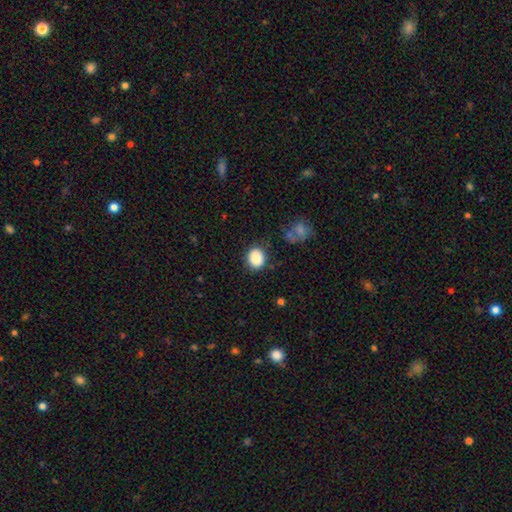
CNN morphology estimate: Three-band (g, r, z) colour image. It shows a smooth galaxy with no disk features (88%) that is round (63%). Merging: none (81%).